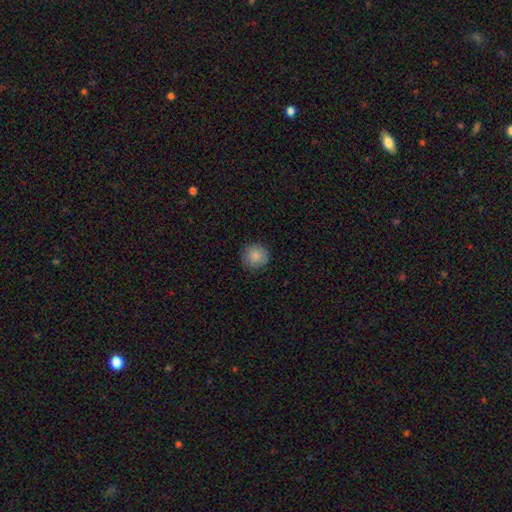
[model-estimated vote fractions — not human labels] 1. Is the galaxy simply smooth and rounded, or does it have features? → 87% smooth, 9% star or artifact, 5% featured or disk.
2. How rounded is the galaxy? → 94% round, 6% in between, 1% cigar-shaped.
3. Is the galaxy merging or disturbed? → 89% none, 8% minor disturbance, 2% major disturbance, 1% merger.